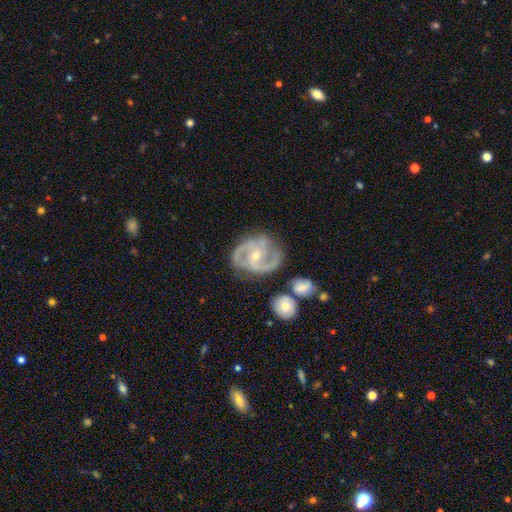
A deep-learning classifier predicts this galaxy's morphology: Smooth or featured: featured or disk — 90% (smooth — 5%)
Edge-on disk: no — 98% (yes — 2%)
Bar: no — 43% (weak — 36%)
Spiral arms: yes — 97% (no — 3%)
Spiral winding: medium — 53% (tight — 35%)
Spiral arm count: 2 — 65% (3 — 21%)
Bulge size: small — 58% (moderate — 40%)
Merging: none — 69% (minor disturbance — 19%)